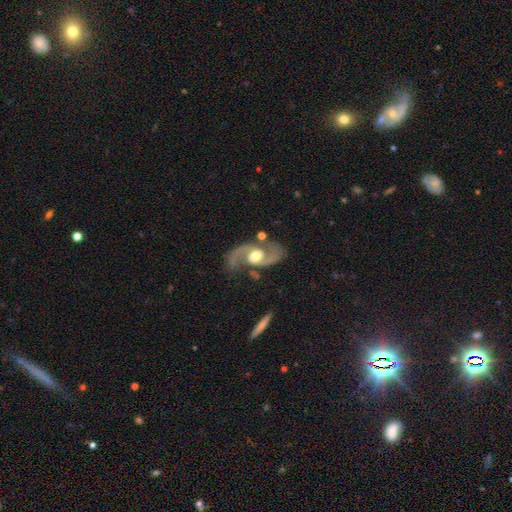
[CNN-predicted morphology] featured or disk 91%, smooth 5%, star or artifact 4%. Down the decision tree: edge-on disk — no (97%); bar — no (50%); spiral arms — yes (97%); spiral arm count — 2 (94%); spiral winding — medium (55%); bulge size — moderate (72%); merging — none (72%).